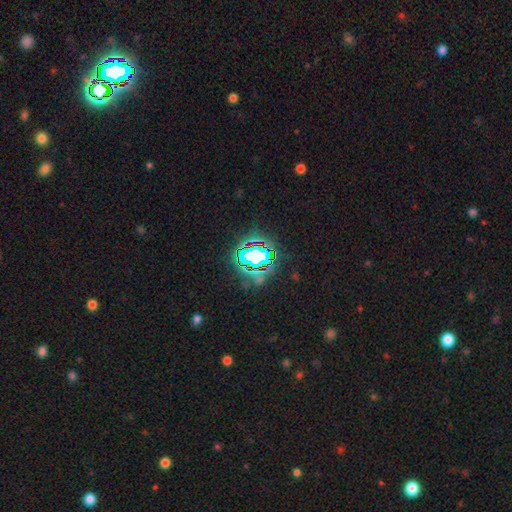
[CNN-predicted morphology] Smooth or featured? star or artifact (68%)